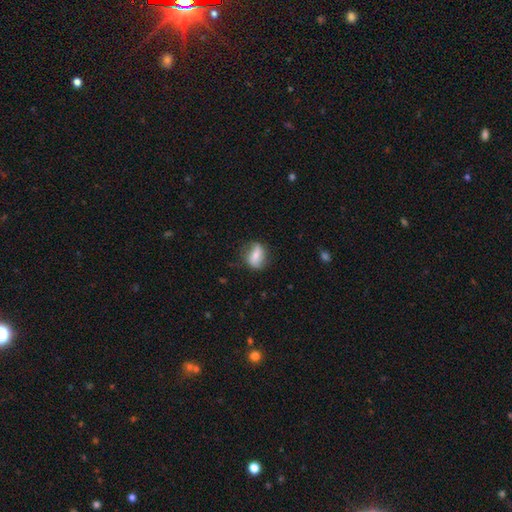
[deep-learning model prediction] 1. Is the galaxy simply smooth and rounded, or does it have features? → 55% smooth, 37% featured or disk, 8% star or artifact.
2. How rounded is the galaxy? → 62% in between, 32% round, 6% cigar-shaped.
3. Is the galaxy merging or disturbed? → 72% none, 21% minor disturbance, 6% major disturbance, 2% merger.